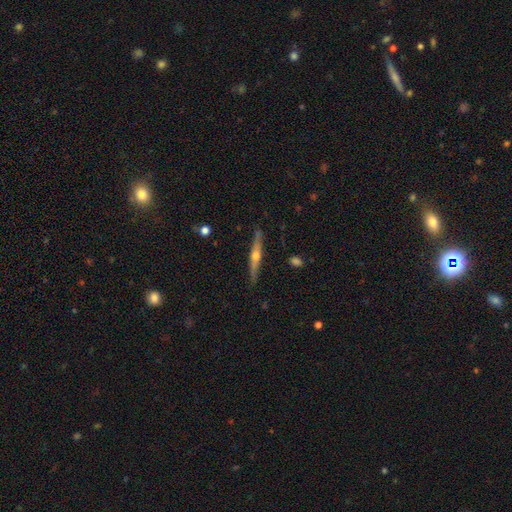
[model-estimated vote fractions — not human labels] This appears to be a featured or disk galaxy (71%) viewed edge-on (97%) with a rounded central bulge (92%). Merging: none (87%).